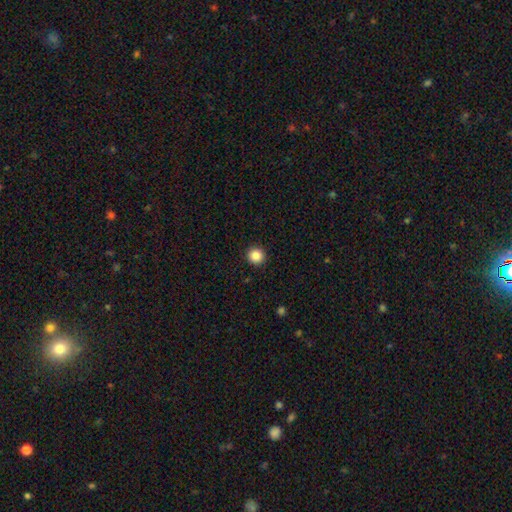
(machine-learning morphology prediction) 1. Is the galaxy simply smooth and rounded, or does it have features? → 88% smooth, 10% star or artifact, 3% featured or disk.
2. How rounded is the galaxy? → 93% round, 6% in between, 1% cigar-shaped.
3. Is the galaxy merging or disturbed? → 93% none, 5% minor disturbance, 2% major disturbance, 1% merger.